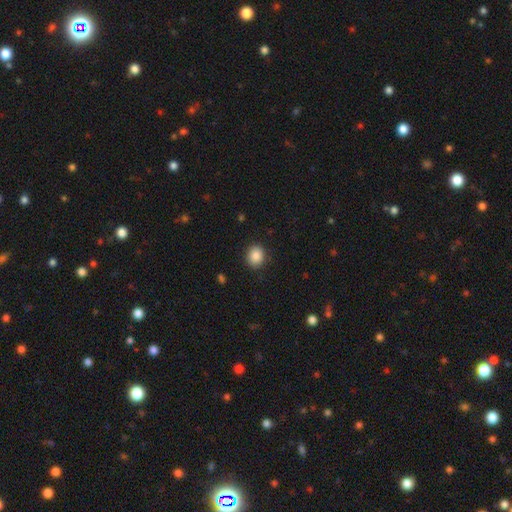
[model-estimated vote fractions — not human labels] Smooth or featured? Predicted: smooth (p=0.87). How rounded? Predicted: round (p=0.65). Merging? Predicted: none (p=0.88).